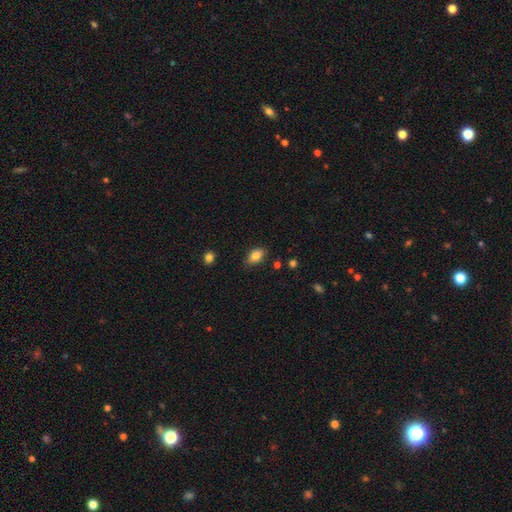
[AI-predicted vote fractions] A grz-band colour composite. It shows a smooth galaxy with no disk features (84%) that is in between round and cigar-shaped (89%). Merging: none (80%).